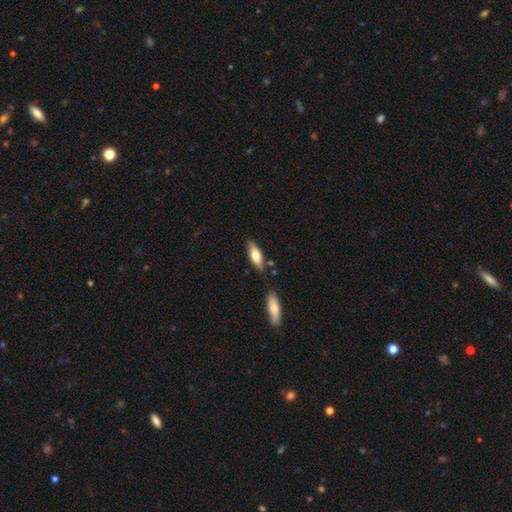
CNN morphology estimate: smooth 71%, featured or disk 23%, star or artifact 6%. Down the decision tree: how rounded — in between (64%); merging — none (74%).